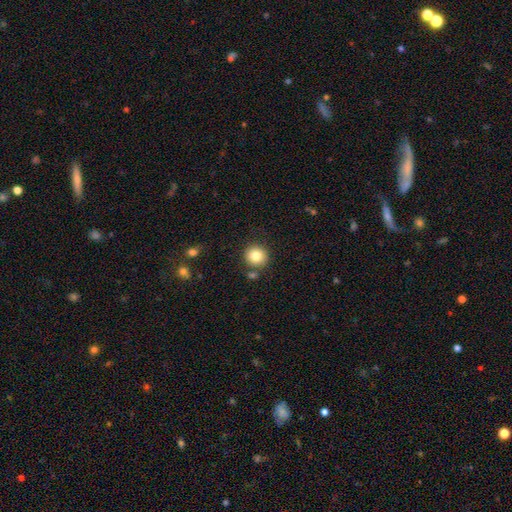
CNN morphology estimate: This is clearly a smooth galaxy (83%). How rounded: clearly round (91%). Merging: clearly none (82%).